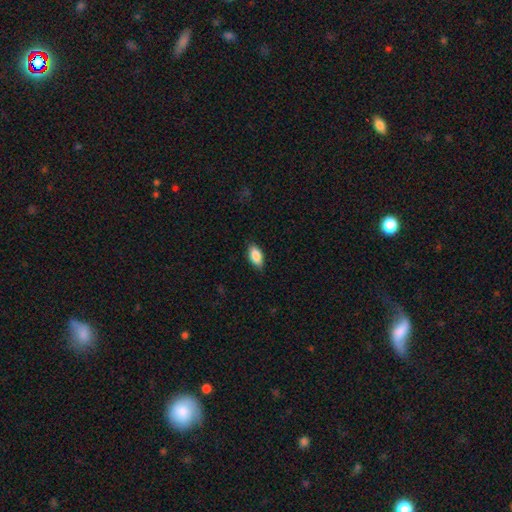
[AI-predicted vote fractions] A smooth galaxy with no disk features (88%) that is in between round and cigar-shaped (92%).

Vote fractions:
- Smooth or featured? smooth: 88% / star or artifact: 7% / featured or disk: 5%
- How rounded? in between: 92% / cigar-shaped: 5% / round: 3%
- Merging? none: 82% / minor disturbance: 15% / major disturbance: 3% / merger: 1%